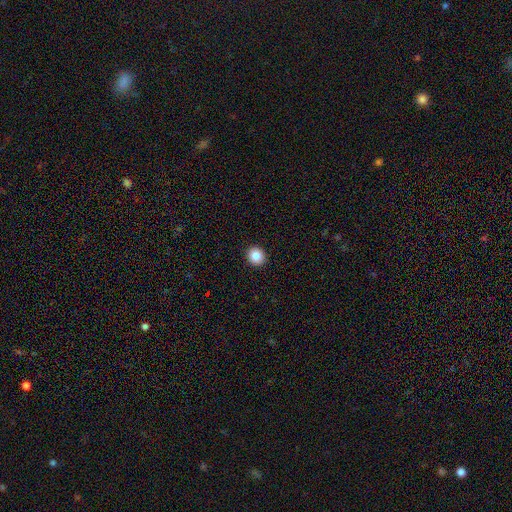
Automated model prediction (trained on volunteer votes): smooth 84%, star or artifact 10%, featured or disk 6%. Down the decision tree: how rounded — round (83%); merging — none (93%).